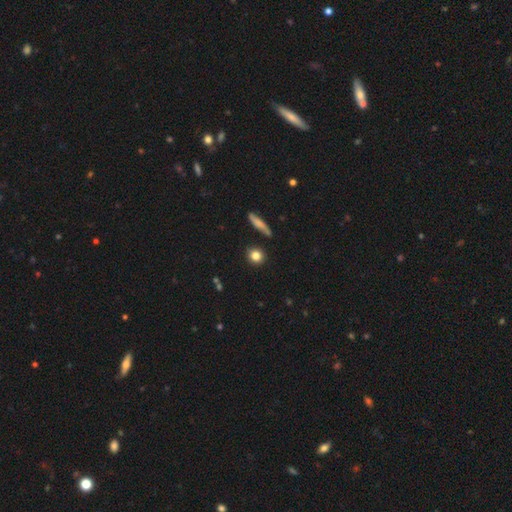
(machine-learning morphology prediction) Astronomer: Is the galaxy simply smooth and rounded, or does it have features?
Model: smooth — 82%.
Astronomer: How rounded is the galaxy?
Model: round — 86%.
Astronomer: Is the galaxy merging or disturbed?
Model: none — 85%.